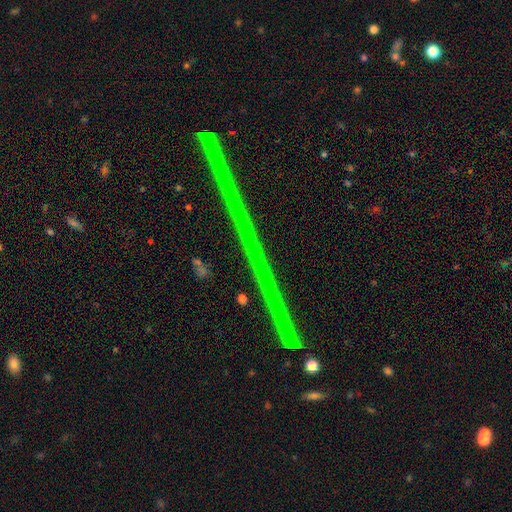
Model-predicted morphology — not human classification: Q: Smooth or featured?
A: star or artifact (72%); runner-up: featured or disk (19%)